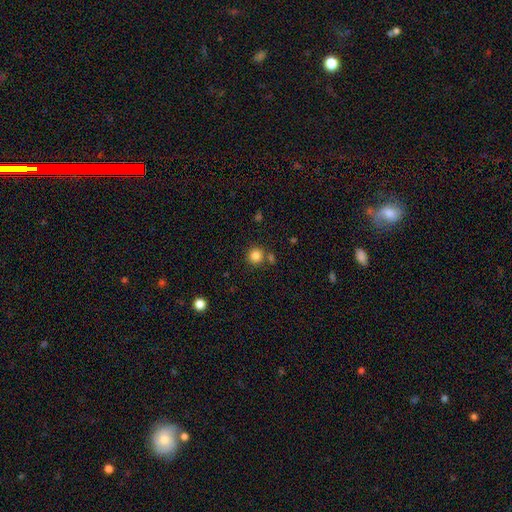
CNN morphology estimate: Q: Smooth or featured?
A: smooth (84%); runner-up: star or artifact (12%)
Q: How rounded?
A: round (93%); runner-up: in between (6%)
Q: Merging?
A: none (78%); runner-up: merger (11%)